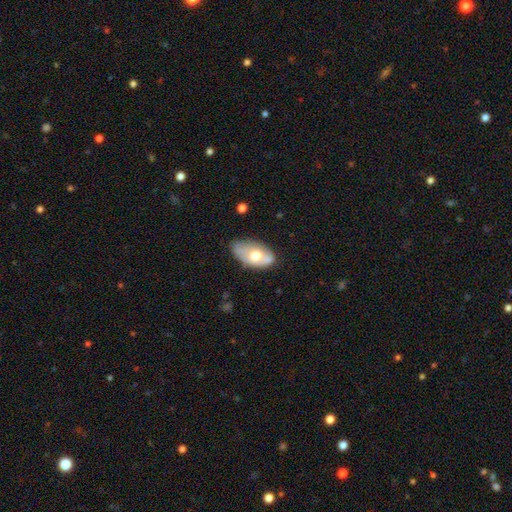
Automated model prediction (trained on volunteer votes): smooth 59%, featured or disk 34%, star or artifact 7%. Down the decision tree: how rounded — in between (92%); merging — none (47%).